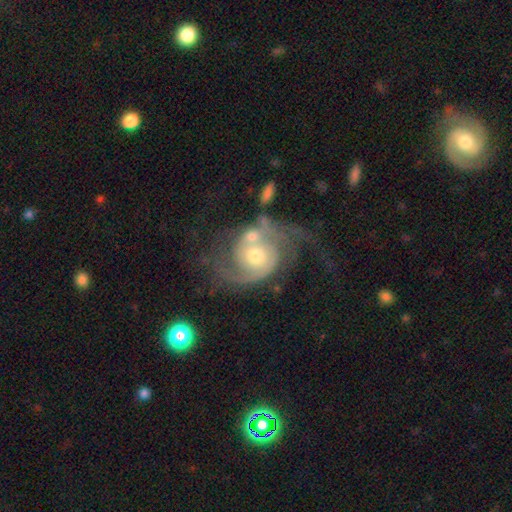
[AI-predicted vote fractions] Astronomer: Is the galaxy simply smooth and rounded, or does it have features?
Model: featured or disk — 88%.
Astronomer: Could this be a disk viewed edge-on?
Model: no — 98%.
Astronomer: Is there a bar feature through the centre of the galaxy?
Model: no — 71%.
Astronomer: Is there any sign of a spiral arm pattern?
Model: yes — 97%.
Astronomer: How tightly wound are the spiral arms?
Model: medium — 47% (runner-up: tight, 27%).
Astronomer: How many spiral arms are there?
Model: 2 — 84%.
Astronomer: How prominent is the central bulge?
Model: moderate — 62%.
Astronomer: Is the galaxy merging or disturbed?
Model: none — 44% (runner-up: merger, 22%).